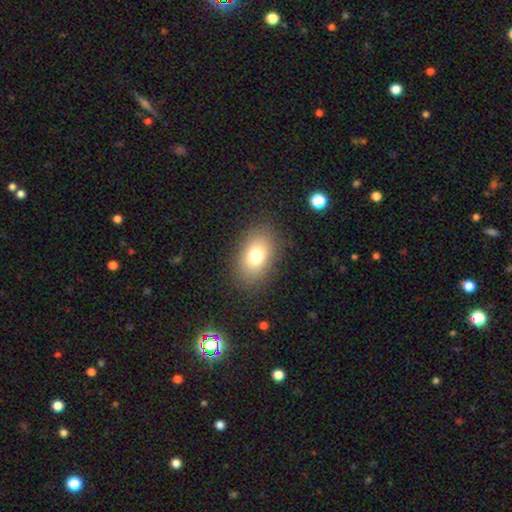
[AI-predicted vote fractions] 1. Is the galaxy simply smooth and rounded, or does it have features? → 76% smooth, 13% featured or disk, 11% star or artifact.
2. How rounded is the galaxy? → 82% in between, 16% round, 1% cigar-shaped.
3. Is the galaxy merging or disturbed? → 84% none, 10% minor disturbance, 4% major disturbance, 1% merger.